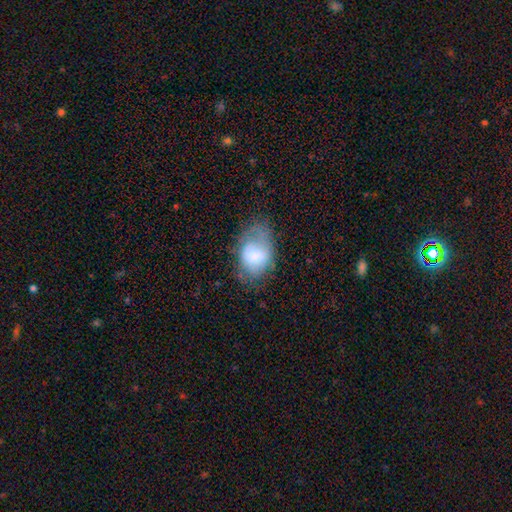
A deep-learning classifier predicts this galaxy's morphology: A smooth galaxy with no disk features (66%) that is in between round and cigar-shaped (79%). Merging: none (42%).